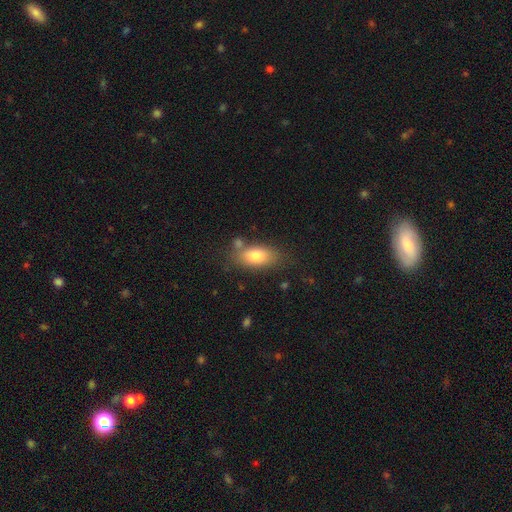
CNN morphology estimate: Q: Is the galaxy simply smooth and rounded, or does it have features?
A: smooth — 78%.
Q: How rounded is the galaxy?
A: in between — 86%.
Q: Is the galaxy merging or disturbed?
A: none — 70%.